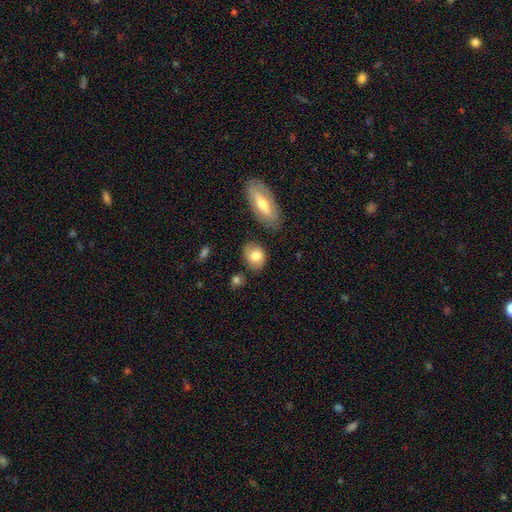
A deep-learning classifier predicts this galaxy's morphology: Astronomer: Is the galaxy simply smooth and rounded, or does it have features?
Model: smooth — 75%.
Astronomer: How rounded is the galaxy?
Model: in between — 64%.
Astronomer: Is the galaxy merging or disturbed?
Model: none — 72%.